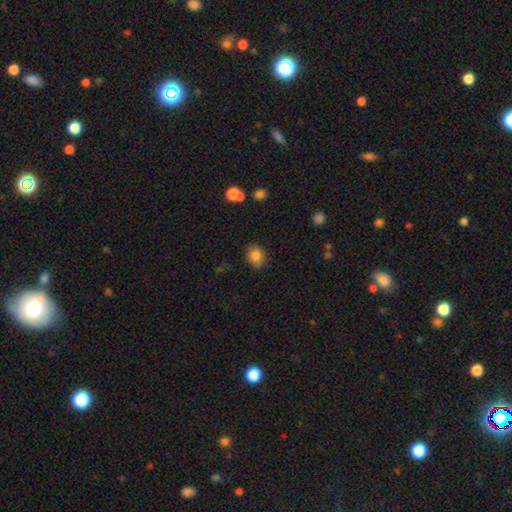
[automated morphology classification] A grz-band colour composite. It shows a smooth galaxy with no disk features (83%) that is round (63%). Merging: none (79%).